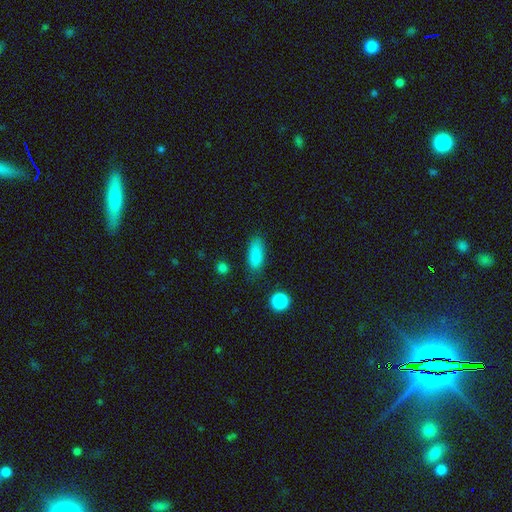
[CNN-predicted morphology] smooth-or-featured: smooth: 86% | star or artifact: 9% | featured or disk: 5%
  how-rounded: in between: 78% | cigar-shaped: 19% | round: 4%
  merging: none: 76% | minor disturbance: 17% | major disturbance: 4% | merger: 3%